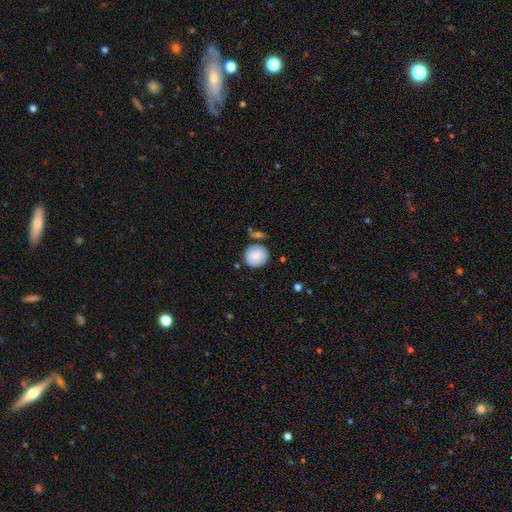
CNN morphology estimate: This appears to be a smooth galaxy with no disk features (86%) that is round (89%). Merging: none (77%).